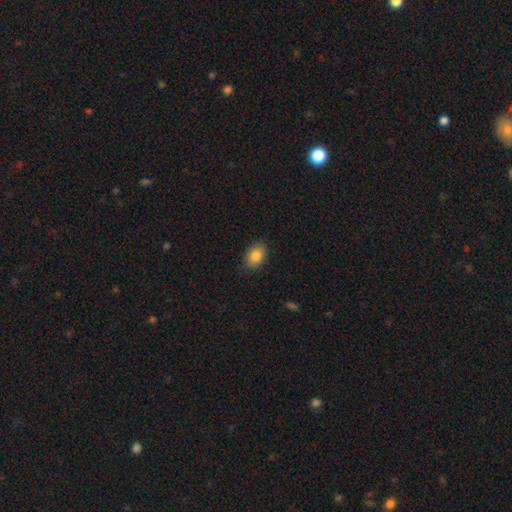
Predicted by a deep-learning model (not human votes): Q: Smooth or featured?
A: smooth (85%); runner-up: star or artifact (8%)
Q: How rounded?
A: in between (76%); runner-up: round (23%)
Q: Merging?
A: none (86%); runner-up: minor disturbance (11%)